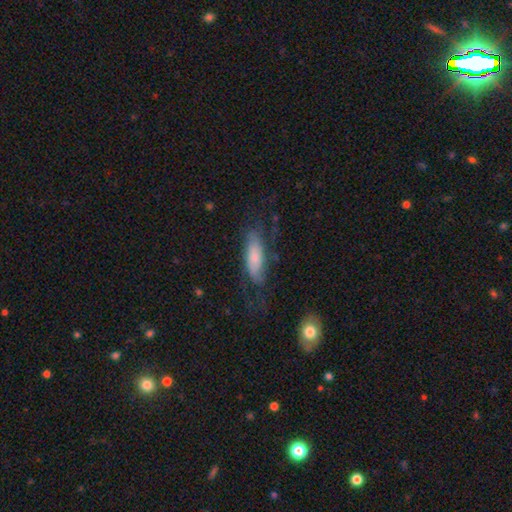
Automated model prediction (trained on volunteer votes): smooth-or-featured: smooth: 45% (tied) | featured or disk: 45% (tied) | star or artifact: 10%
  merging: none: 57% | minor disturbance: 23% | major disturbance: 18% | merger: 2%